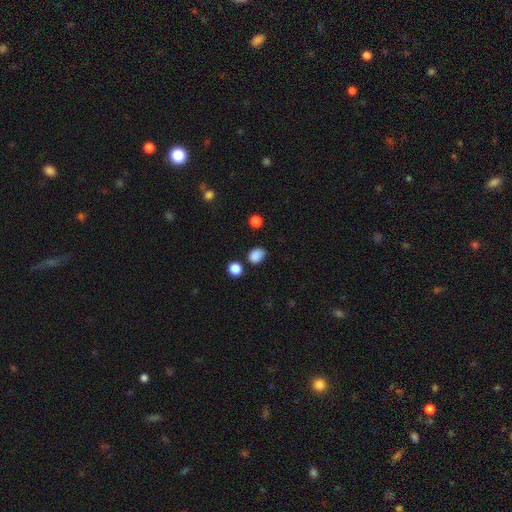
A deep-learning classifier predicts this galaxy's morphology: Smooth or featured? Predicted: smooth (p=0.85). How rounded? Predicted: in between (p=0.65). Merging? Predicted: none (p=0.74).